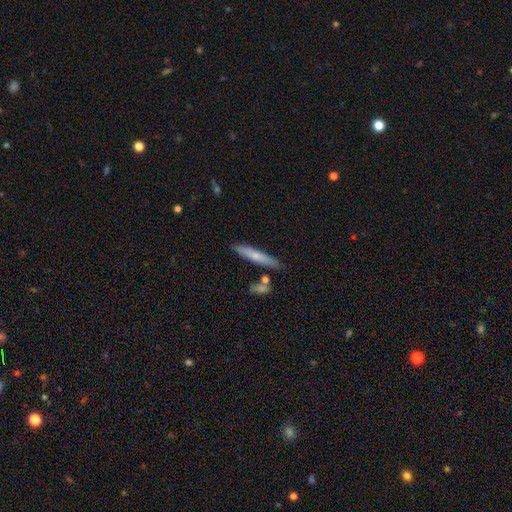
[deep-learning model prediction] Morphology: type=smooth (68%); roundness=cigar-shaped (90%); merging=none (82%).